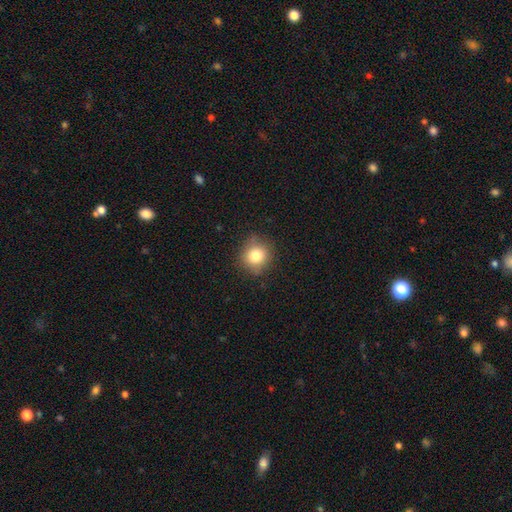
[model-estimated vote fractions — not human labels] Morphology: type=smooth (81%); roundness=round (88%); merging=none (83%).